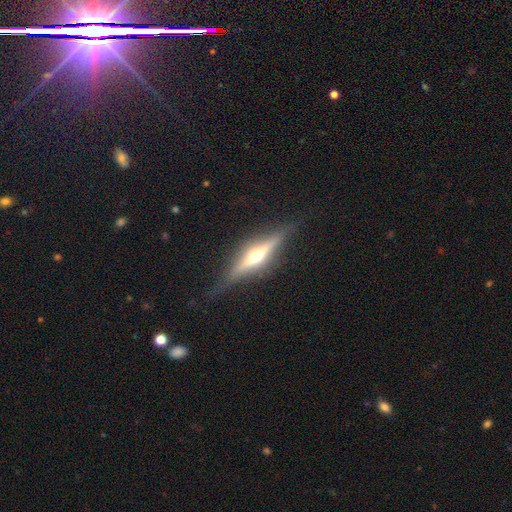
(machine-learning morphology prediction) The model was most divided on "smooth or featured": featured or disk: 75%, smooth: 18%, star or artifact: 6%. More confident: edge-on disk — yes (96%); edge-on bulge — rounded (92%); merging — none (84%).